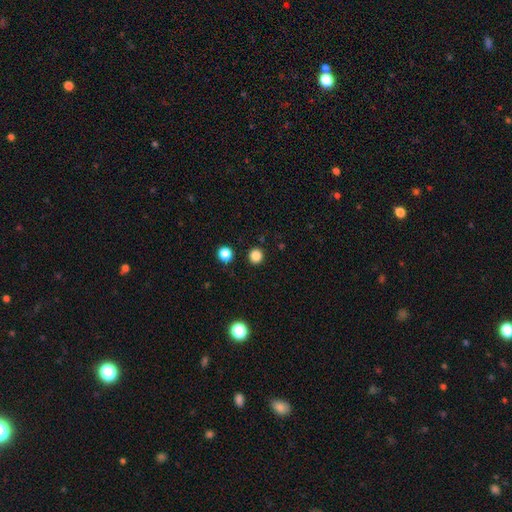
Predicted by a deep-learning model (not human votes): Smooth or featured? Predicted: smooth (p=0.85). How rounded? Predicted: round (p=0.94). Merging? Predicted: none (p=0.92).